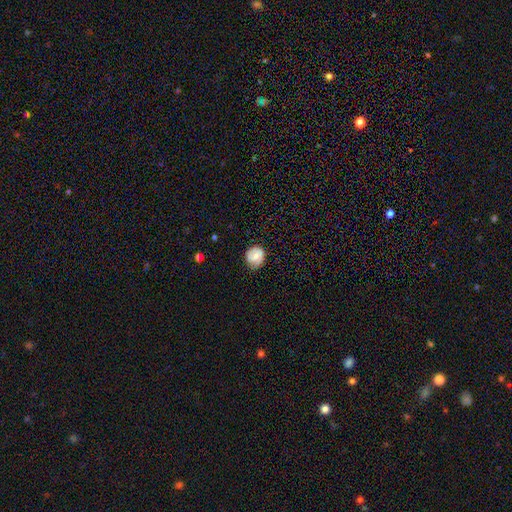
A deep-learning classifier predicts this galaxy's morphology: smooth_or_featured: smooth (p=0.64) [alt: featured or disk p=0.28]
how_rounded: round (p=0.79) [alt: in between p=0.20]
merging: none (p=0.68) [alt: minor disturbance p=0.25]